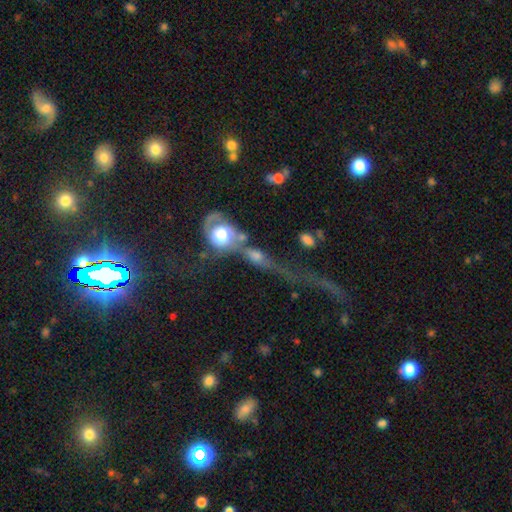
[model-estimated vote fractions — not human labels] This appears to be a smooth galaxy with no disk features (46%). Merging: merger (52%).